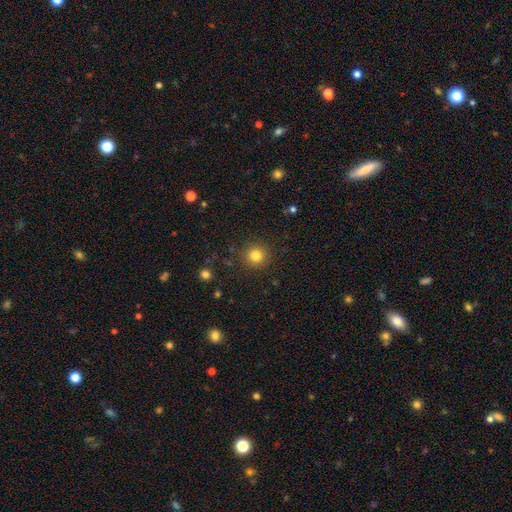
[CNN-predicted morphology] smooth 82%, star or artifact 13%, featured or disk 5%. Down the decision tree: how rounded — round (94%); merging — none (90%).